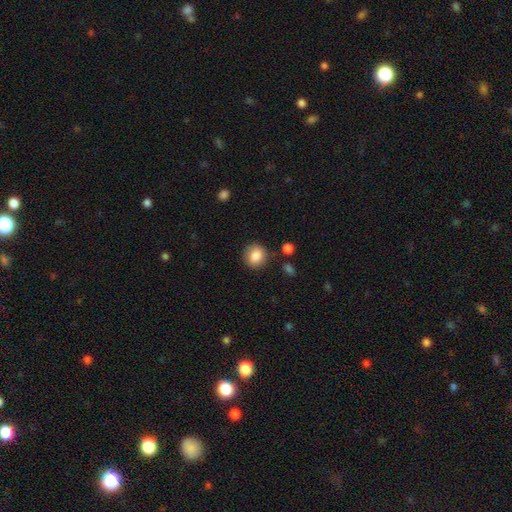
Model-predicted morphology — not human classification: Smooth or featured?
  - smooth: 87% *
  - star or artifact: 8%
  - featured or disk: 5%
How rounded?
  - round: 80% *
  - in between: 19%
  - cigar-shaped: 1%
Merging?
  - none: 84% *
  - minor disturbance: 10%
  - major disturbance: 3%
  - merger: 3%